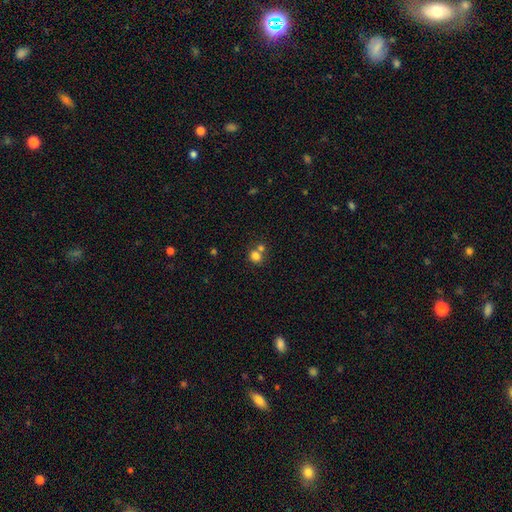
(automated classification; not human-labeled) Q: Smooth or featured?
A: smooth (78%); runner-up: star or artifact (13%)
Q: How rounded?
A: round (78%); runner-up: in between (21%)
Q: Merging?
A: none (49%); runner-up: merger (40%)